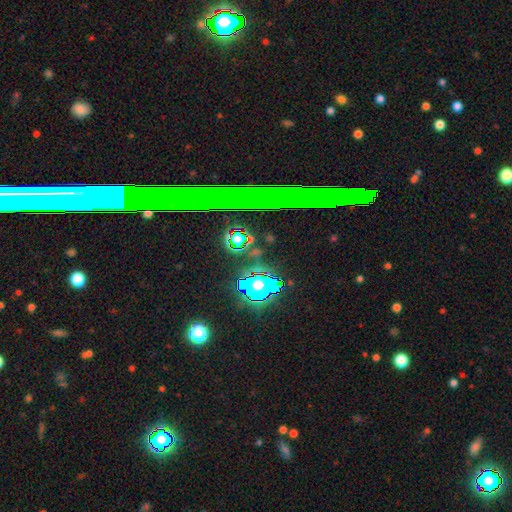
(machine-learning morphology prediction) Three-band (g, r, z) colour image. It shows a star or artifact, not a galaxy (65%).